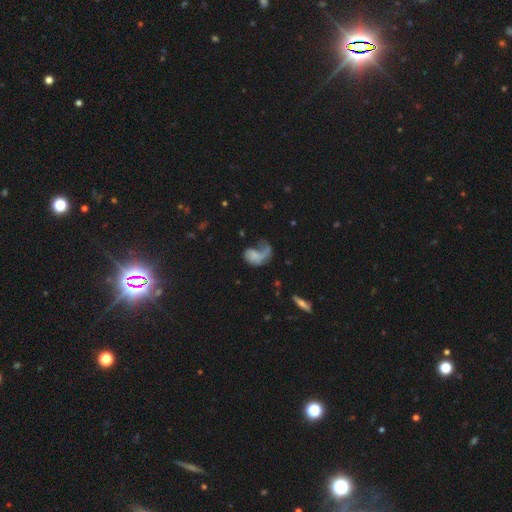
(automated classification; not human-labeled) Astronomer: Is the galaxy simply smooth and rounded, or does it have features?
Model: featured or disk — 51% (runner-up: smooth, 39%).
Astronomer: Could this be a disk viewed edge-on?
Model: no — 97%.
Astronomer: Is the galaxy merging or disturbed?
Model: major disturbance — 53%.